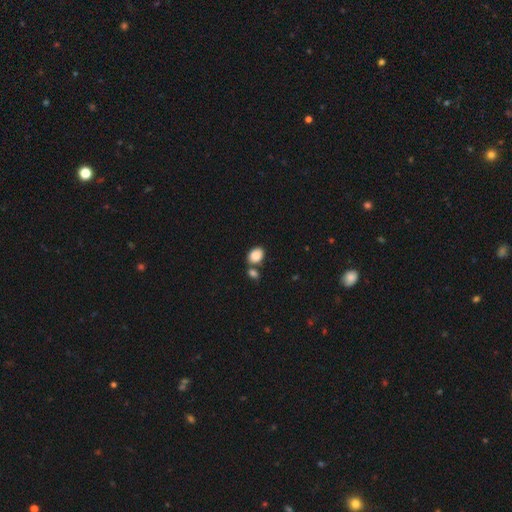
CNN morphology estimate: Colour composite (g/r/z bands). It shows a smooth galaxy with no disk features (87%) that is in between round and cigar-shaped (74%). Merging: none (52%).